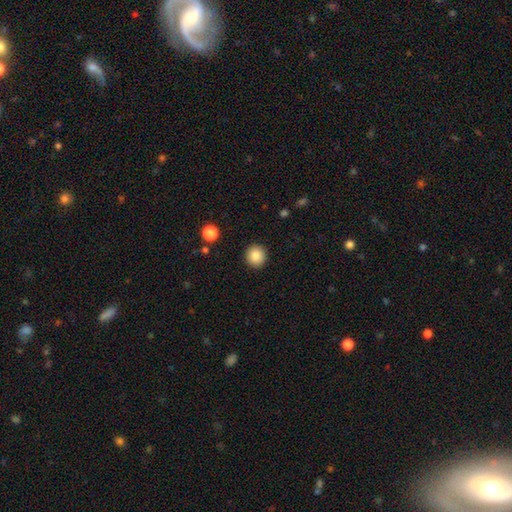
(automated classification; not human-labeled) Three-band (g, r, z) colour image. It shows a smooth galaxy with no disk features (86%) that is round (94%). Merging: none (92%).